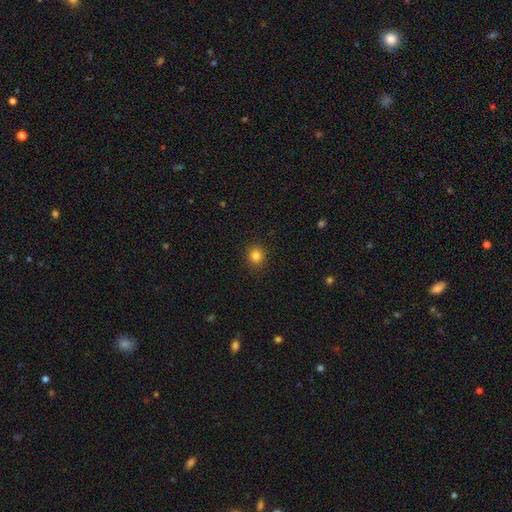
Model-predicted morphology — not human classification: A smooth galaxy with no disk features (83%) that is round (89%). Merging: none (92%).